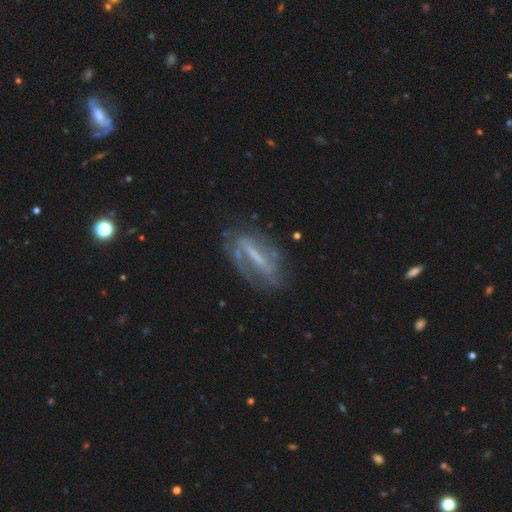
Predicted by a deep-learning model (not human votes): smooth_or_featured: featured or disk (p=0.71) [alt: smooth p=0.19]
disk_edge_on: no (p=0.77) [alt: yes p=0.23]
bar: strong (p=0.64) [alt: weak p=0.24]
has_spiral_arms: yes (p=0.66) [alt: no p=0.34]
bulge_size: none (p=0.37) [alt: small p=0.35]
merging: none (p=0.64) [alt: minor disturbance p=0.21]